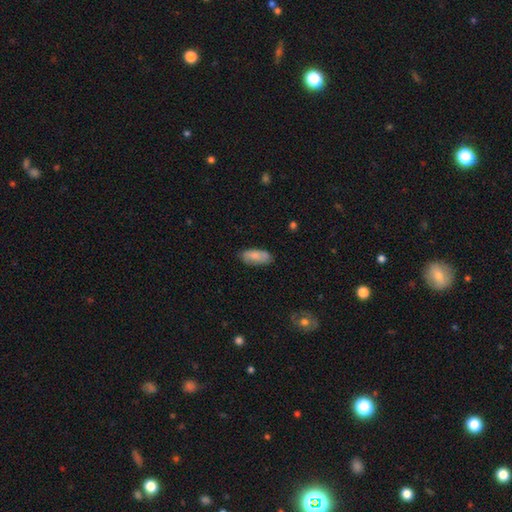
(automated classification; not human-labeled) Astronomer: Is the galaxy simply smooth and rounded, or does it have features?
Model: smooth — 80%.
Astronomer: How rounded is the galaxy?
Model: in between — 85%.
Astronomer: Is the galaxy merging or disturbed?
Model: none — 78%.